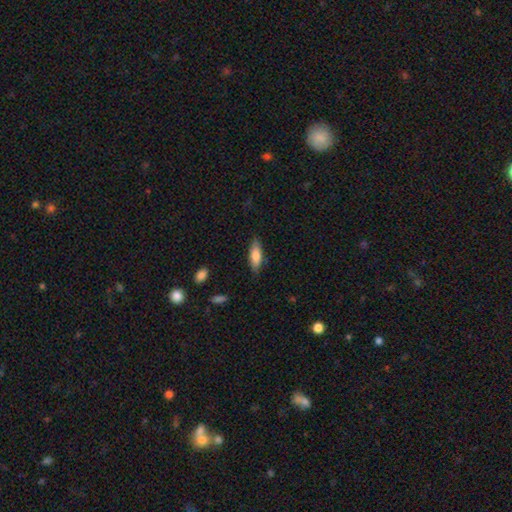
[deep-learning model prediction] This is likely a smooth galaxy (79%). How rounded: possibly in between (55%). Merging: clearly none (81%).